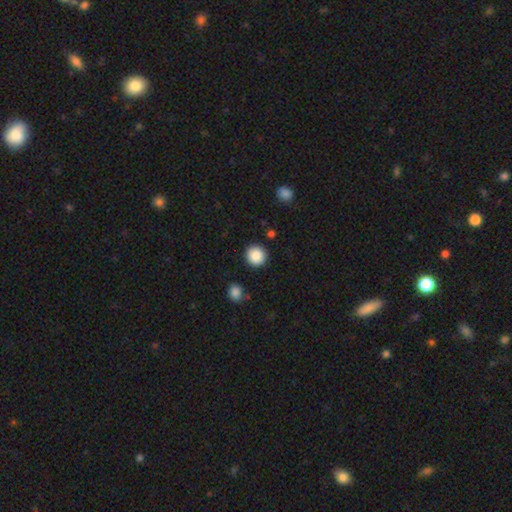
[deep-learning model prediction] A smooth galaxy with no disk features (88%) that is round (94%). Merging: none (91%).